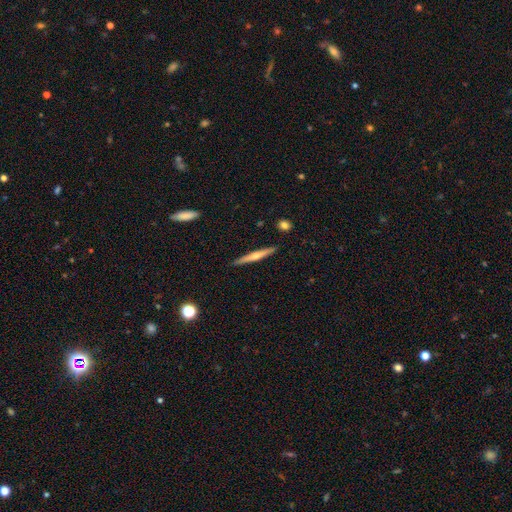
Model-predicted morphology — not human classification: type=featured or disk (65%); edge-on=yes (98%); edge-on bulge=rounded (82%); merging=none (91%).